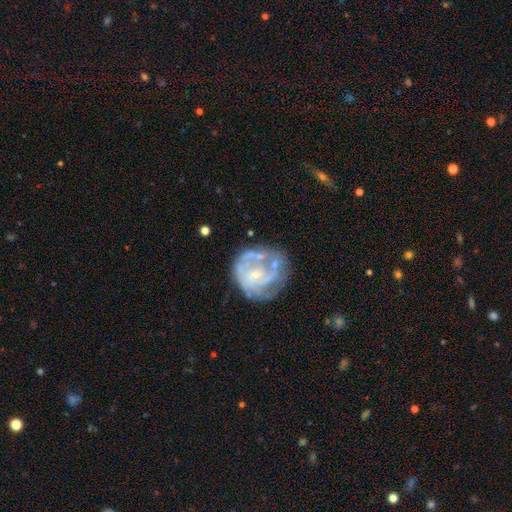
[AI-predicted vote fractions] The model was most divided on "spiral winding": tight: 49%, medium: 35%, loose: 16%. Remaining: edge-on disk — no (98%); smooth or featured — featured or disk (76%); bulge size — small (76%); bar — no (73%); spiral arms — yes (73%); merging — none (50%); spiral arm count — can't tell (38%).